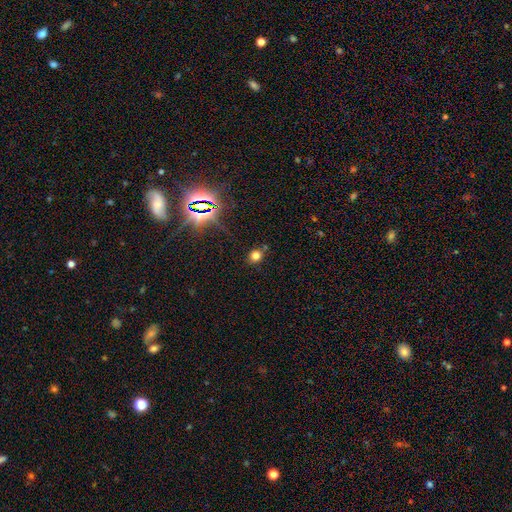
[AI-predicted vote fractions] Smooth or featured? Predicted: smooth (p=0.71). How rounded? Predicted: round (p=0.77). Merging? Predicted: none (p=0.79).